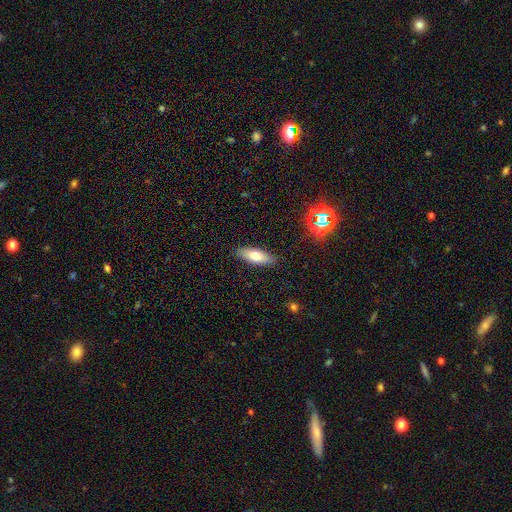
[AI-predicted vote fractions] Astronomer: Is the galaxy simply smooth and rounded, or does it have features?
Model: smooth — 68%.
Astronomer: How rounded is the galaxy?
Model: in between — 62%.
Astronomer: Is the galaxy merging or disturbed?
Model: none — 88%.